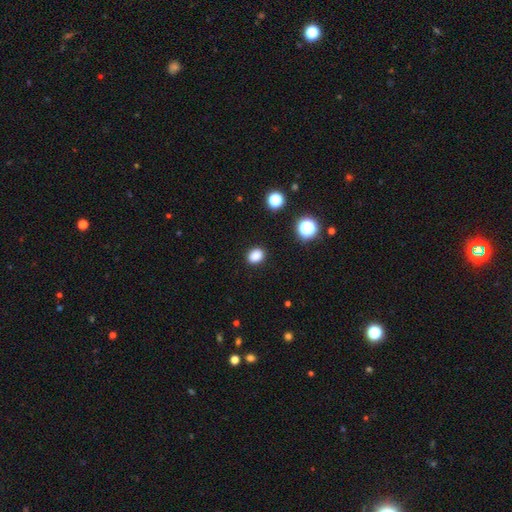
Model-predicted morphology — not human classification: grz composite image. It shows a smooth galaxy with no disk features (85%) that is round (52%). Merging: none (90%).